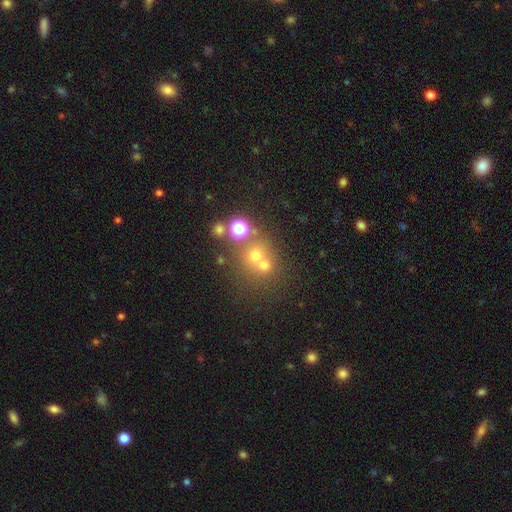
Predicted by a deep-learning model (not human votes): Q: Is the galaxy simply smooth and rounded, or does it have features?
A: smooth — 58%.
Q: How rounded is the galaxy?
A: round — 84%.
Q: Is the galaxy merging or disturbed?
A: none — 47%.